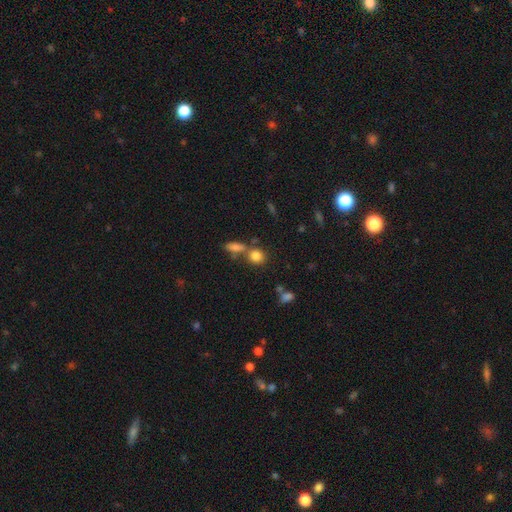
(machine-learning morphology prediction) smooth_or_featured: smooth (p=0.82) [alt: star or artifact p=0.11]
how_rounded: round (p=0.68) [alt: in between p=0.30]
merging: none (p=0.56) [alt: merger p=0.30]